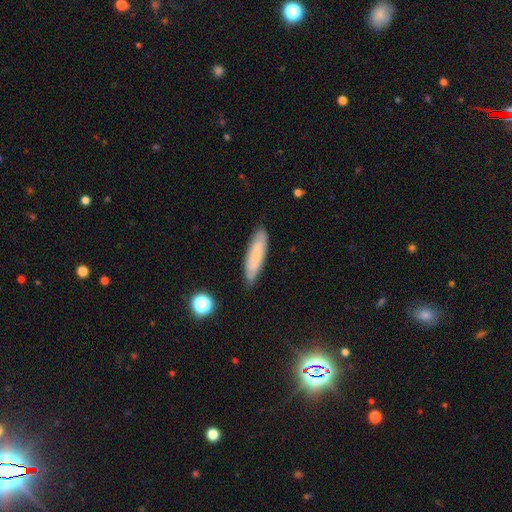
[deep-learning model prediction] smooth 63%, featured or disk 28%, star or artifact 9%. Down the decision tree: how rounded — cigar-shaped (70%); merging — none (78%).